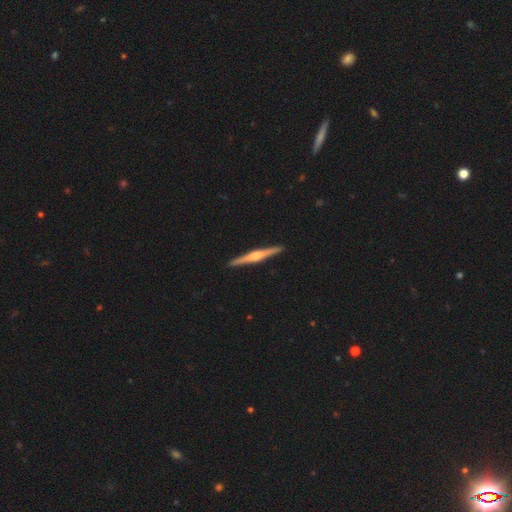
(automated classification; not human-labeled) smooth_or_featured: featured or disk (p=0.79) [alt: smooth p=0.16]
disk_edge_on: yes (p=0.99) [alt: no p=0.01]
edge_on_bulge: rounded (p=0.77) [alt: boxy p=0.16]
merging: none (p=0.93) [alt: minor disturbance p=0.05]